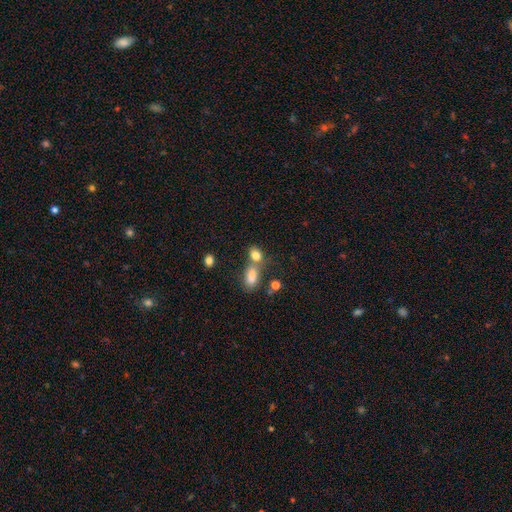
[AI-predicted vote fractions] smooth-or-featured: smooth: 80% | star or artifact: 11% | featured or disk: 8%
  how-rounded: in between: 71% | round: 26% | cigar-shaped: 3%
  merging: merger: 46% | none: 39% | minor disturbance: 10% | major disturbance: 5%